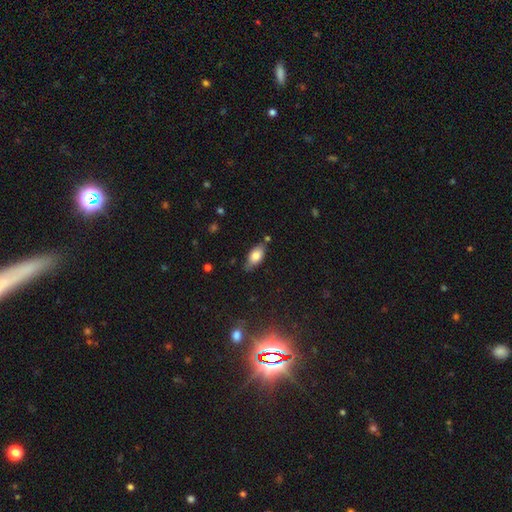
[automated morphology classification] A smooth galaxy with no disk features (77%) that is in between round and cigar-shaped (88%). Merging: none (73%).